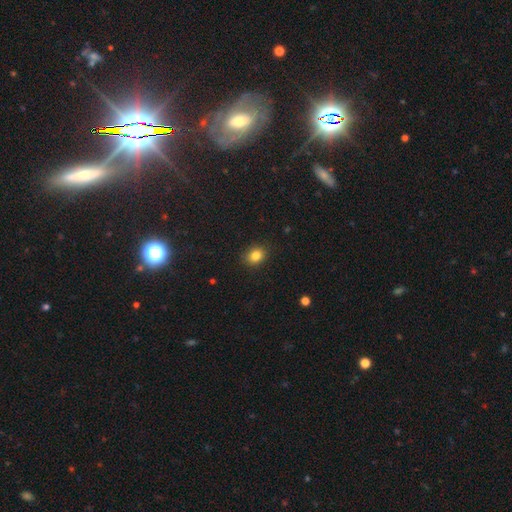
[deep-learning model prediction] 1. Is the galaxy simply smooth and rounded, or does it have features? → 84% smooth, 11% star or artifact, 6% featured or disk.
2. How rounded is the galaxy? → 50% round, 49% in between, 1% cigar-shaped.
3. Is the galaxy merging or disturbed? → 88% none, 9% minor disturbance, 2% major disturbance, 1% merger.